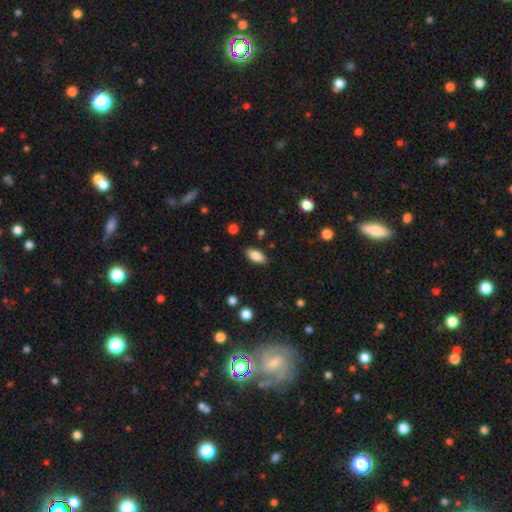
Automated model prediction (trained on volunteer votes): This is clearly a smooth galaxy (86%). How rounded: clearly in between (89%). Merging: clearly none (87%).